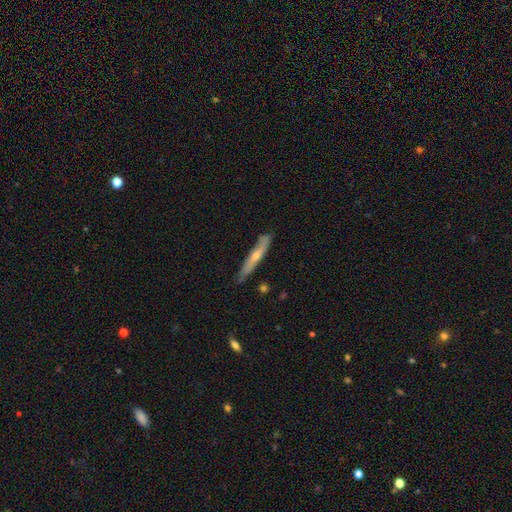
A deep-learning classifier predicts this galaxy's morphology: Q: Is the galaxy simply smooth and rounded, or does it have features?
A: featured or disk — 51%.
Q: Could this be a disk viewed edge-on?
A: yes — 87%.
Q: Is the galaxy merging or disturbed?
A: none — 79%.